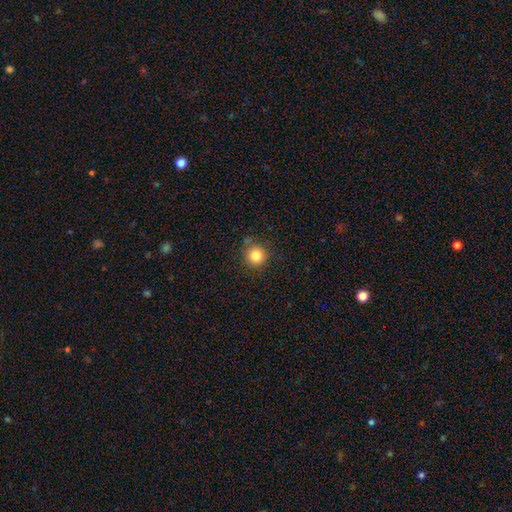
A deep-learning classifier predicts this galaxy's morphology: This appears to be a smooth galaxy with no disk features (85%) that is round (93%). Merging: none (81%).